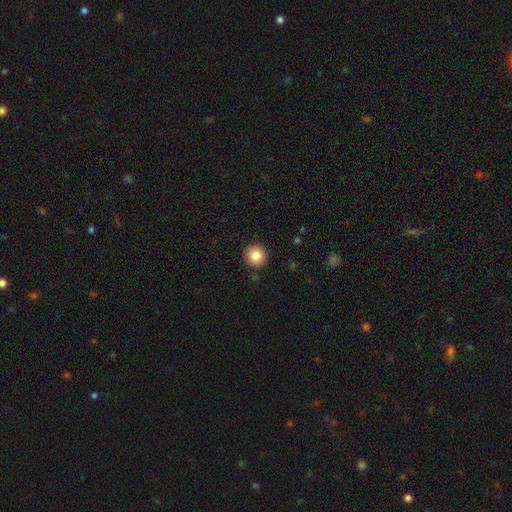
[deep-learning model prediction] smooth_or_featured: smooth (p=0.84) [alt: star or artifact p=0.10]
how_rounded: round (p=0.95) [alt: in between p=0.04]
merging: none (p=0.92) [alt: minor disturbance p=0.05]